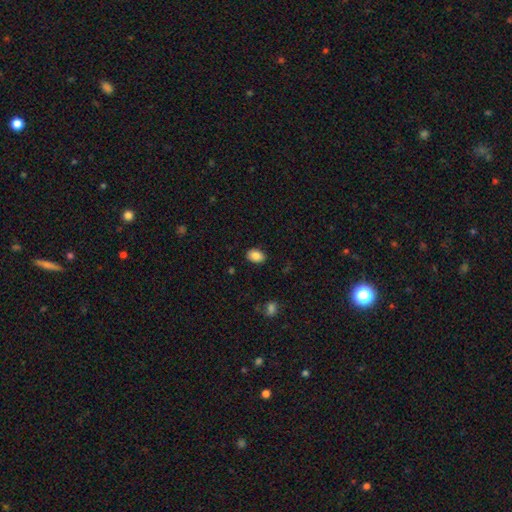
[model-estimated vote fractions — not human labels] The model was most divided on "how rounded": in between: 83%, round: 16%, cigar-shaped: 1%. More confident: merging — none (88%); smooth or featured — smooth (86%).